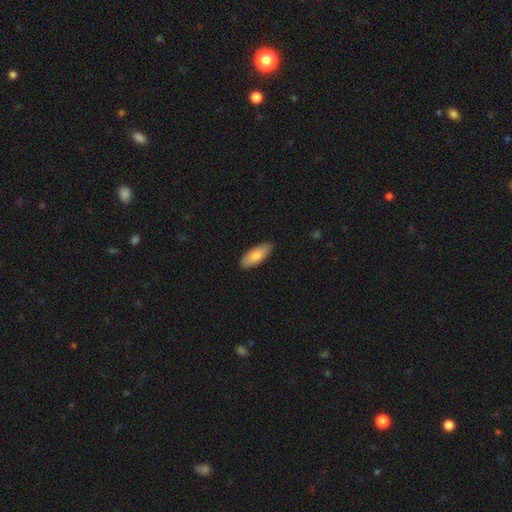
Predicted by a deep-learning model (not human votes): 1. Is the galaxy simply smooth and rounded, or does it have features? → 80% smooth, 15% featured or disk, 5% star or artifact.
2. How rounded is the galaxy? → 79% in between, 19% cigar-shaped, 2% round.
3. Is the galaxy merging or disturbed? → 88% none, 9% minor disturbance, 2% major disturbance, 1% merger.